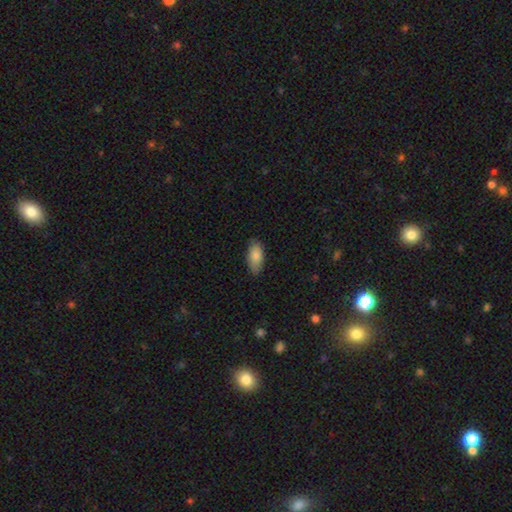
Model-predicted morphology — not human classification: This is clearly a smooth galaxy (85%). How rounded: clearly in between (89%). Merging: clearly none (82%).